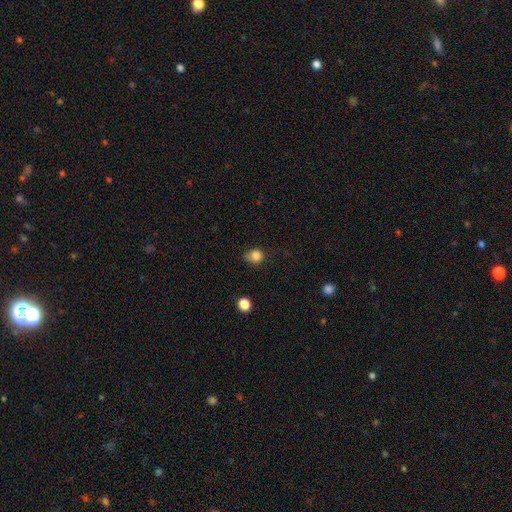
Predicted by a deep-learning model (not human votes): This is clearly a smooth galaxy (84%). How rounded: likely round (78%). Merging: possibly none (53%).